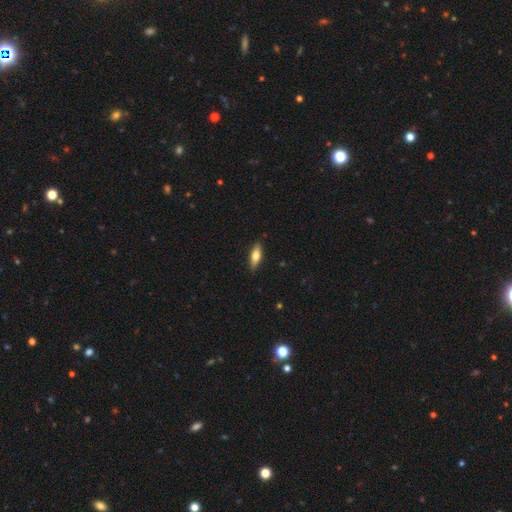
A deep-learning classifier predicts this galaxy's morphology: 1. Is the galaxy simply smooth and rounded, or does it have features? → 65% smooth, 29% featured or disk, 6% star or artifact.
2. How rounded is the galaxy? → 61% in between, 37% cigar-shaped, 2% round.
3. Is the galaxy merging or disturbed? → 88% none, 9% minor disturbance, 2% major disturbance, 1% merger.